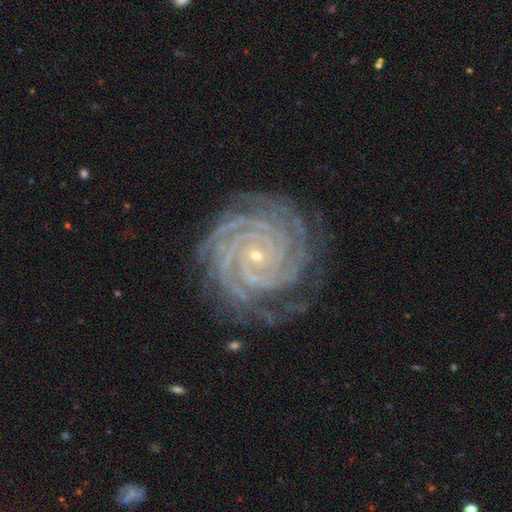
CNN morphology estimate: smooth-or-featured: featured or disk: 92% | star or artifact: 5% | smooth: 3%
  disk-edge-on: no: 98% | yes: 2%
    bar: no: 70% | weak: 17% | strong: 13%
    has-spiral-arms: yes: 99% | no: 1%
      spiral-winding: tight: 90% | medium: 9% | loose: 1%
      spiral-arm-count: 4: 28% | more than 4: 25% | 3: 16% | can't tell: 11% | 2: 11% | 1: 9%
    bulge-size: small: 87% | moderate: 10% | none: 1% | large: 1% | dominant: 1%
  merging: none: 81% | minor disturbance: 14% | major disturbance: 4% | merger: 1%